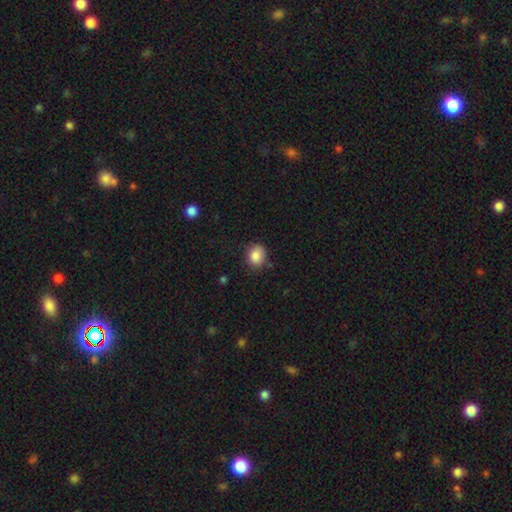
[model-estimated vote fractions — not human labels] smooth-or-featured: smooth: 86% | star or artifact: 9% | featured or disk: 5%
  how-rounded: round: 62% | in between: 37% | cigar-shaped: 1%
  merging: none: 80% | minor disturbance: 15% | major disturbance: 3% | merger: 2%